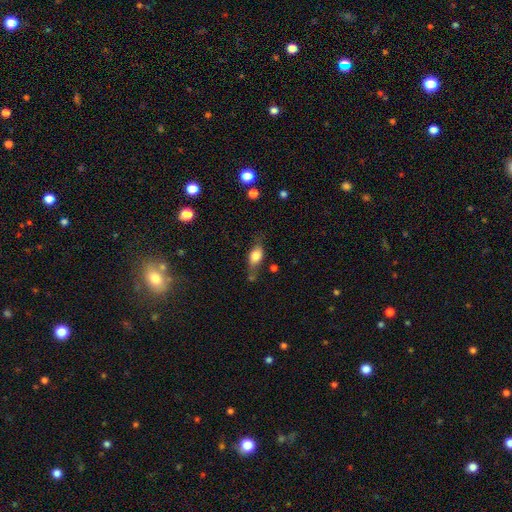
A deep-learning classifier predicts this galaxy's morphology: A smooth galaxy with no disk features (70%) that is in between round and cigar-shaped (78%). Merging: none (56%).